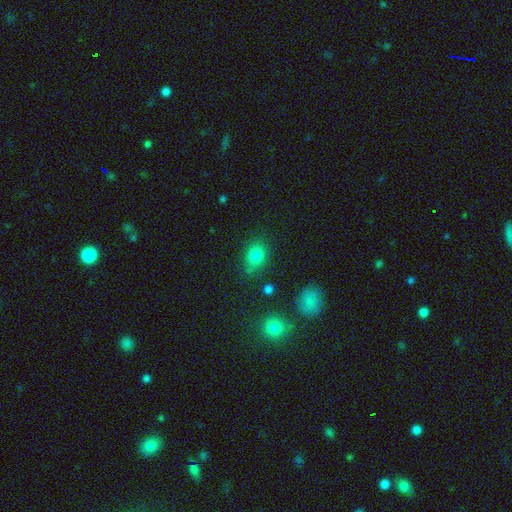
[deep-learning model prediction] smooth_or_featured: smooth (p=0.81) [alt: star or artifact p=0.12]
how_rounded: in between (p=0.53) [alt: round p=0.46]
merging: none (p=0.71) [alt: minor disturbance p=0.19]